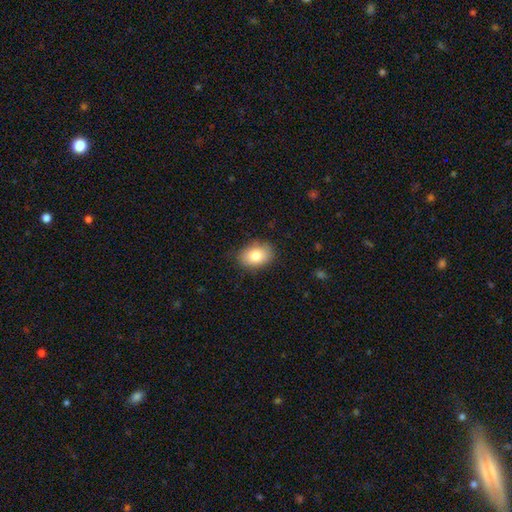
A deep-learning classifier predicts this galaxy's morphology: This appears to be a smooth galaxy with no disk features (81%) that is in between round and cigar-shaped (78%). Merging: none (84%).